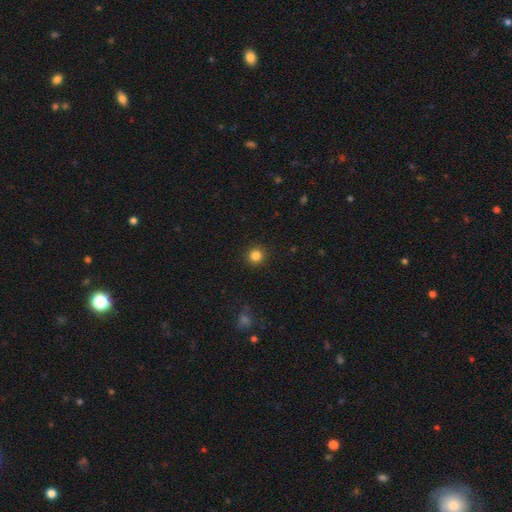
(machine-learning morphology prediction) Smooth or featured: smooth — 84% (star or artifact — 12%)
How rounded: round — 94% (in between — 5%)
Merging: none — 92% (minor disturbance — 5%)